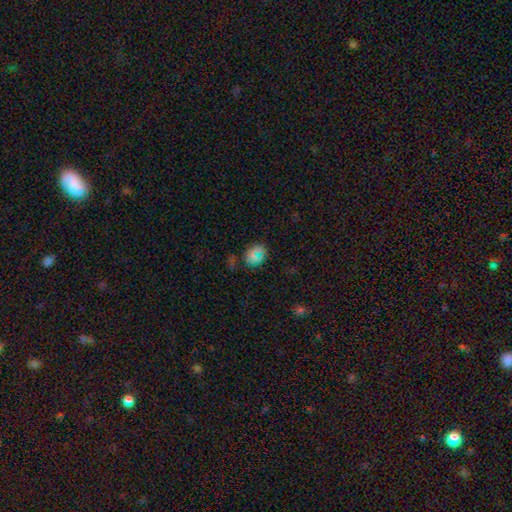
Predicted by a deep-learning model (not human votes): A smooth galaxy with no disk features (58%) that is round (65%). Merging: none (78%).